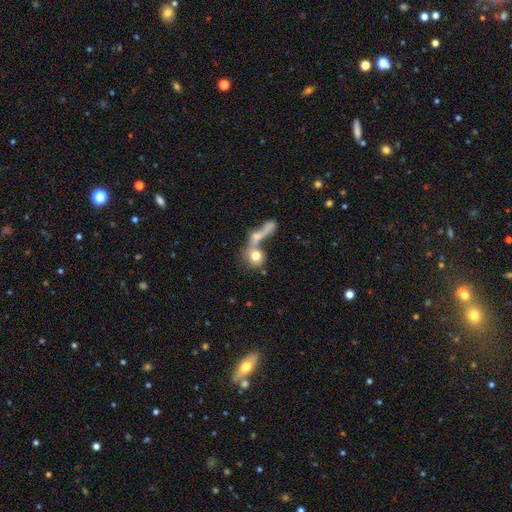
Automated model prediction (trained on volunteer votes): Overall: smooth (71%). How rounded: round (77%). Merging: merger (53%; none 29%).